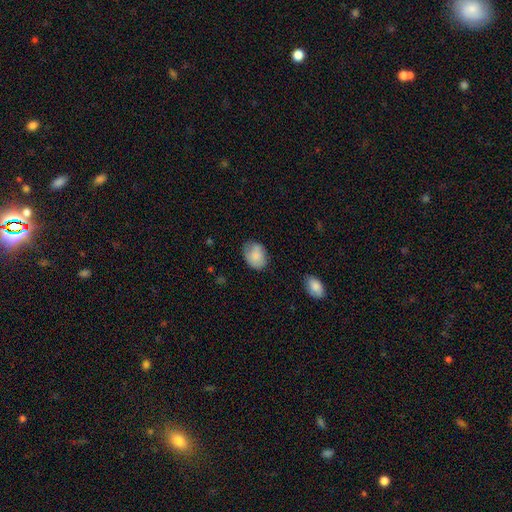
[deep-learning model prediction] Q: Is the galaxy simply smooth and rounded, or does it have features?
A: smooth — 82%.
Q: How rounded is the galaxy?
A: in between — 70%.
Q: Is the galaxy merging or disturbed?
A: none — 67%.